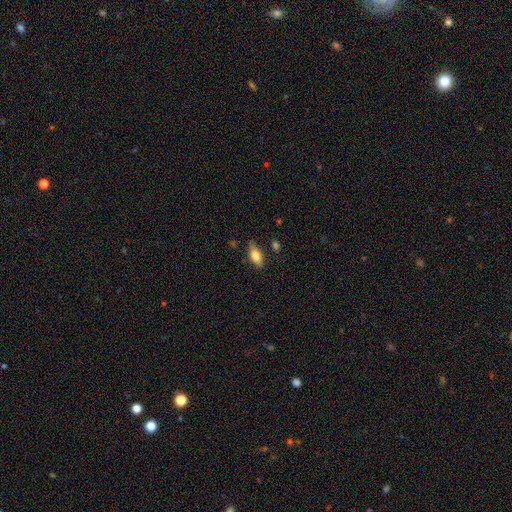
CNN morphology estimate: This appears to be a smooth galaxy with no disk features (70%) that is in between round and cigar-shaped (78%). Merging: none (76%).